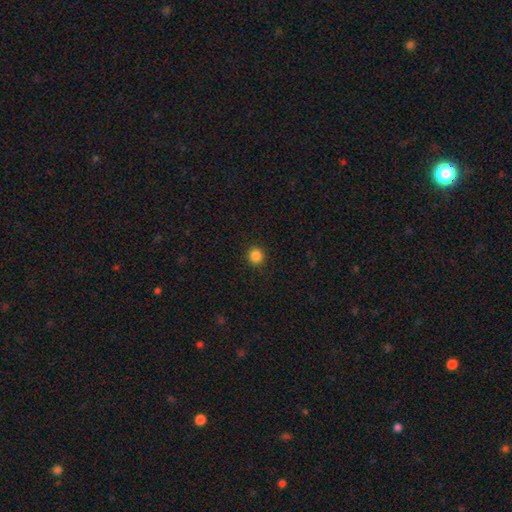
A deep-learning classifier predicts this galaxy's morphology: Smooth or featured: smooth — 86% (star or artifact — 11%)
How rounded: round — 93% (in between — 6%)
Merging: none — 92% (minor disturbance — 5%)